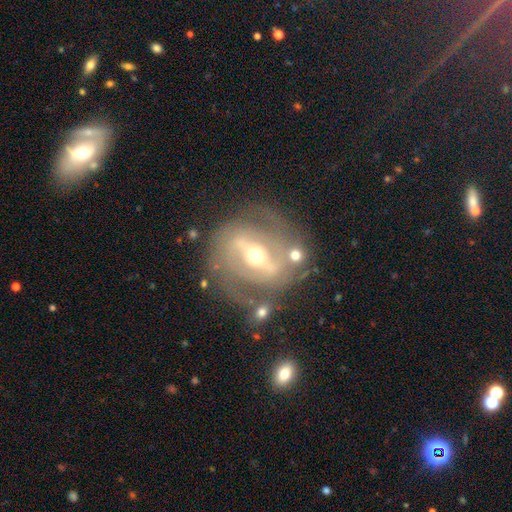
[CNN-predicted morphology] This is clearly a featured or disk galaxy (81%). It is clearly not viewed edge-on (94%). Bar: possibly strong (57%). Spiral arm pattern: likely yes (71%). Spiral arm count: likely 2 (75%). Spiral winding: marginally medium (42%). Central bulge: likely moderate (66%). Merging: likely none (69%).